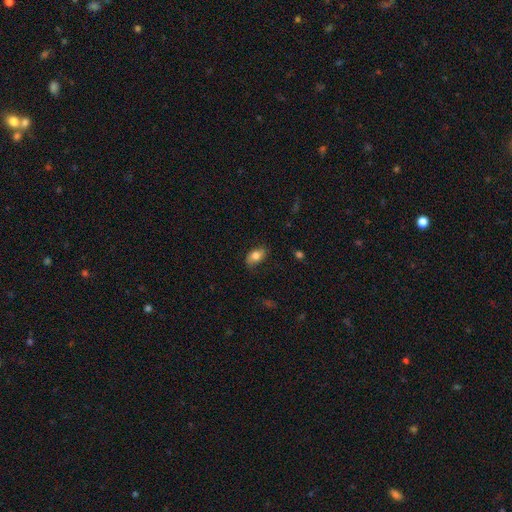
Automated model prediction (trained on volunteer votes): A smooth galaxy with no disk features (78%) that is in between round and cigar-shaped (88%).

Vote fractions:
- Smooth or featured? smooth: 78% / featured or disk: 15% / star or artifact: 8%
- How rounded? in between: 88% / round: 9% / cigar-shaped: 3%
- Merging? none: 75% / minor disturbance: 19% / major disturbance: 5% / merger: 1%